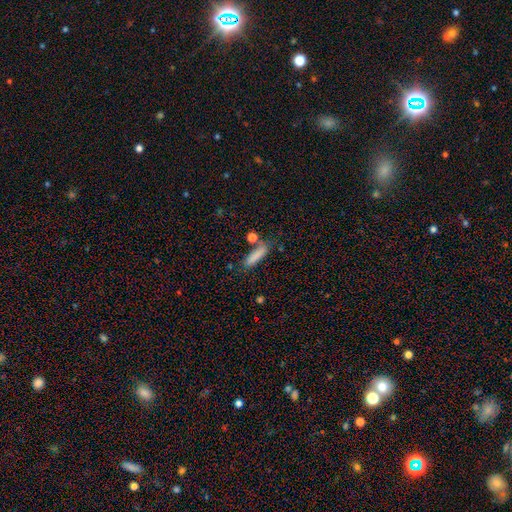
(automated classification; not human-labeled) Q: Smooth or featured?
A: smooth (83%); runner-up: featured or disk (9%)
Q: How rounded?
A: cigar-shaped (70%); runner-up: in between (27%)
Q: Merging?
A: none (69%); runner-up: minor disturbance (15%)